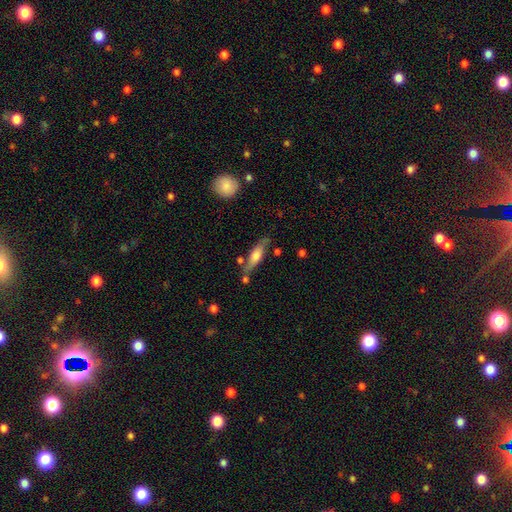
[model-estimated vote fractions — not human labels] Morphology: type=smooth (52%); roundness=cigar-shaped (63%); merging=none (65%).